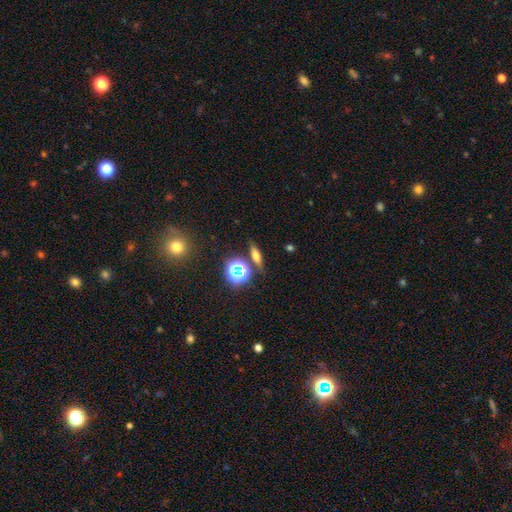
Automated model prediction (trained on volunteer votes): Smooth or featured?
  - smooth: 49% *
  - featured or disk: 28%
  - star or artifact: 23%
Merging?
  - none: 82% *
  - minor disturbance: 9%
  - merger: 5%
  - major disturbance: 3%